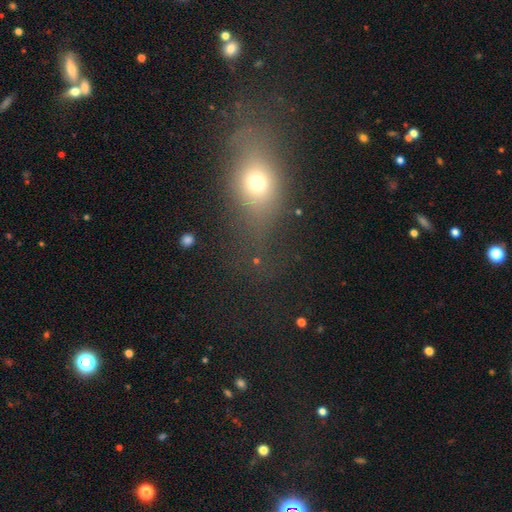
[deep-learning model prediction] The model was most divided on "smooth or featured": smooth: 57%, star or artifact: 26%, featured or disk: 16%. More confident: merging — none (75%); how rounded — in between (60%).